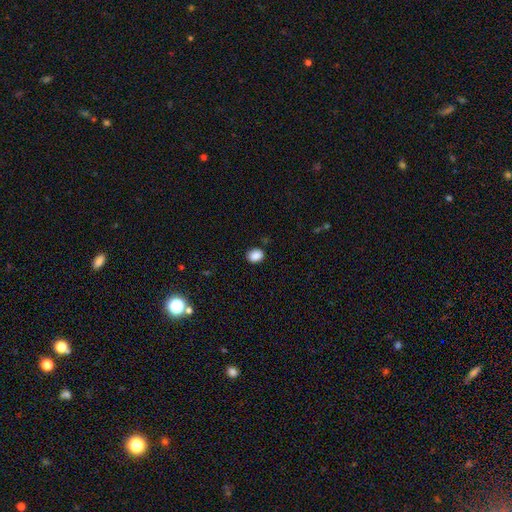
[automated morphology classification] Smooth or featured? Predicted: smooth (p=0.88). How rounded? Predicted: in between (p=0.56). Merging? Predicted: none (p=0.86).